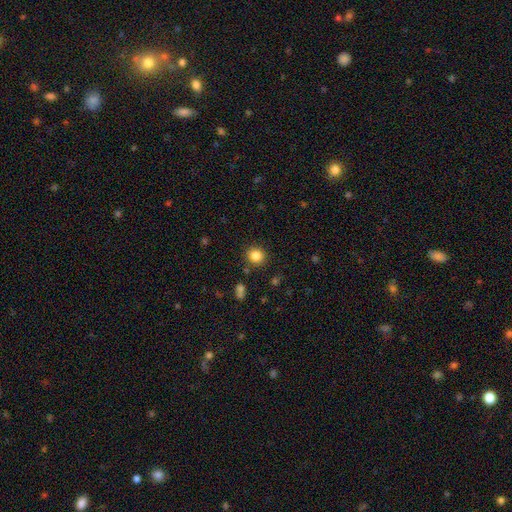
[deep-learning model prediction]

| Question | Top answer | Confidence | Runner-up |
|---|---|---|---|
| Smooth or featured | smooth | 84% | star or artifact (11%) |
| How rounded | round | 88% | in between (11%) |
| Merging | none | 88% | minor disturbance (7%) |